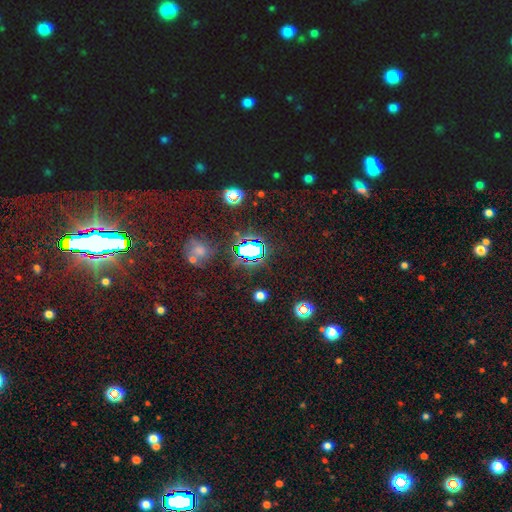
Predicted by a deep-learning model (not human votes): Smooth or featured?
  - star or artifact: 67% *
  - smooth: 22%
  - featured or disk: 10%